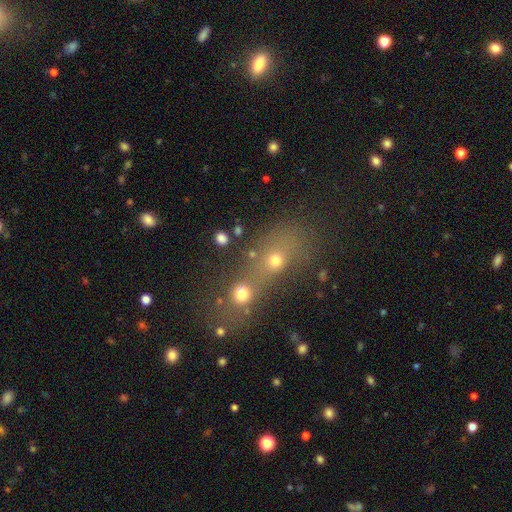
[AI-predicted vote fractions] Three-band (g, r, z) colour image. It shows a smooth galaxy with no disk features (48%). Merging: merger (53%).